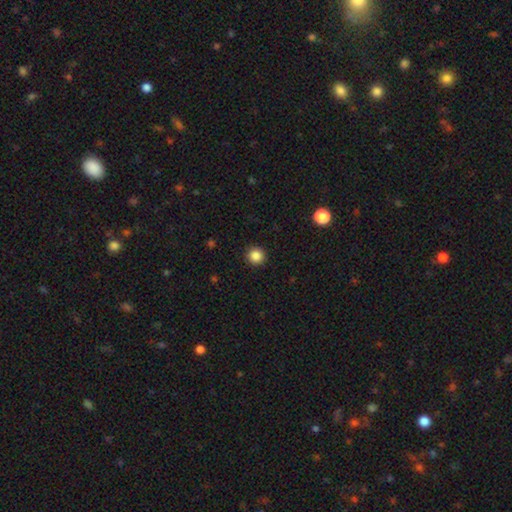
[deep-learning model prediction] smooth_or_featured: smooth (p=0.86) [alt: star or artifact p=0.11]
how_rounded: round (p=0.94) [alt: in between p=0.05]
merging: none (p=0.92) [alt: minor disturbance p=0.05]